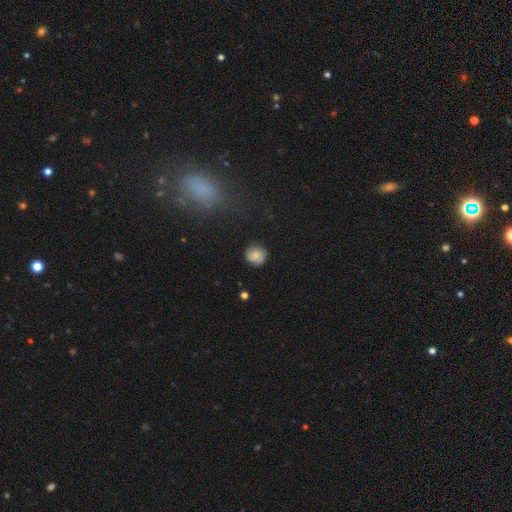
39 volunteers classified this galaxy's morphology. A smooth galaxy with no disk features (59%) that is round (87%). Merging: none (88%).